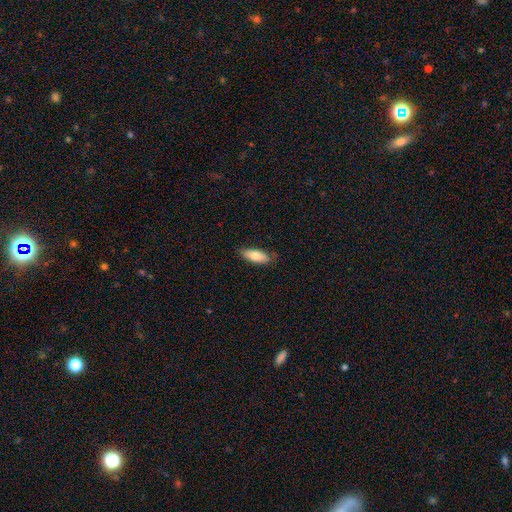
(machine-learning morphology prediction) This is clearly a smooth galaxy (81%). How rounded: likely in between (76%). Merging: clearly none (80%).